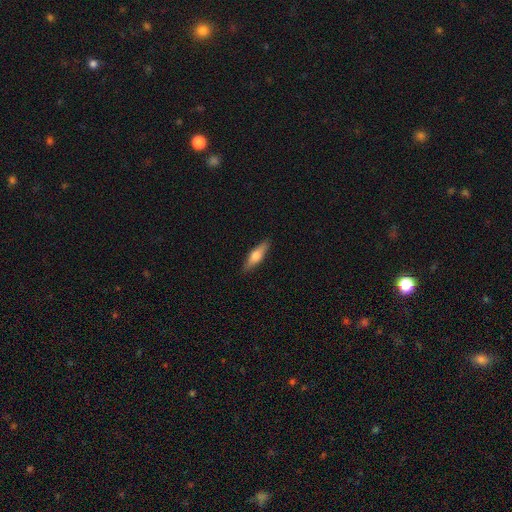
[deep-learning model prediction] Smooth or featured: smooth — 56% (featured or disk — 38%)
How rounded: cigar-shaped — 56% (in between — 41%)
Merging: none — 88% (minor disturbance — 9%)